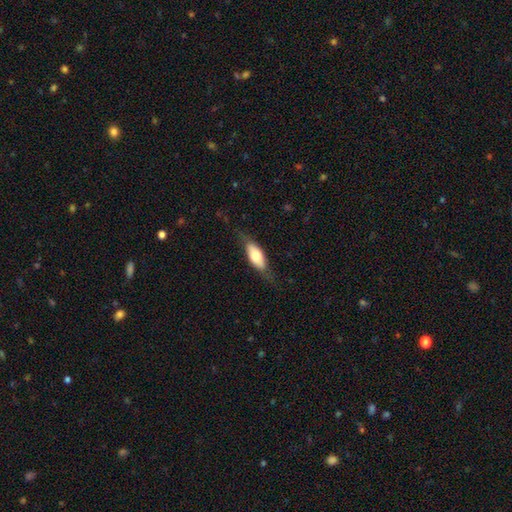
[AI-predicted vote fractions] The model was most divided on "smooth or featured": smooth: 65%, featured or disk: 29%, star or artifact: 6%. More confident: how rounded — in between (73%); merging — none (70%).